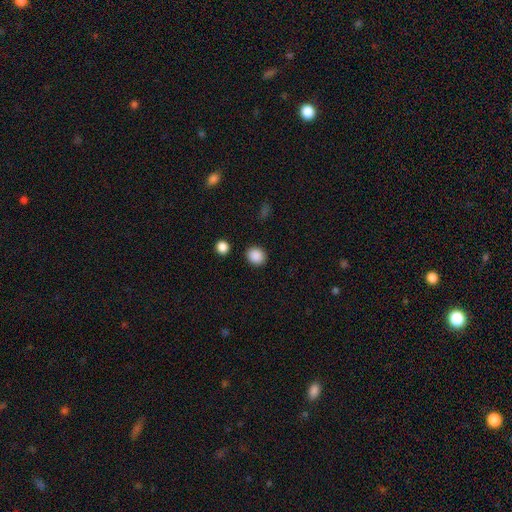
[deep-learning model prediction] smooth_or_featured: smooth (p=0.89) [alt: star or artifact p=0.09]
how_rounded: round (p=0.68) [alt: in between p=0.31]
merging: none (p=0.88) [alt: minor disturbance p=0.07]